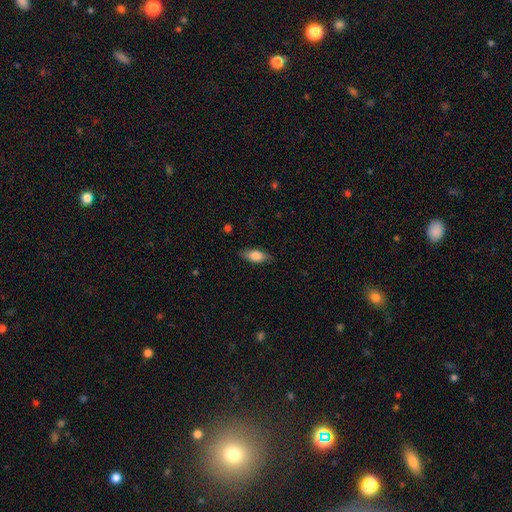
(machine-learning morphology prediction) Smooth or featured: smooth — 80% (featured or disk — 14%)
How rounded: in between — 82% (cigar-shaped — 15%)
Merging: none — 83% (minor disturbance — 13%)